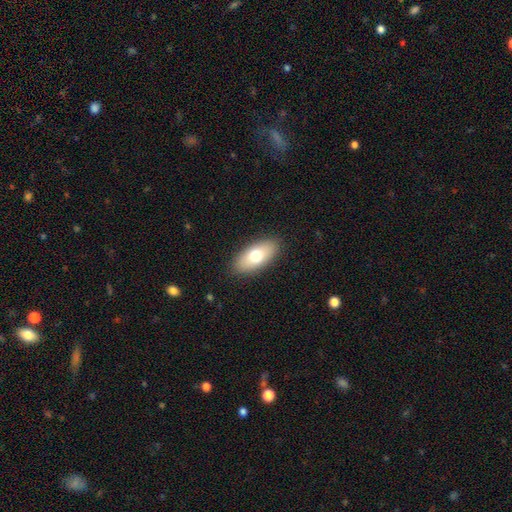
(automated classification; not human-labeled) Smooth or featured? Predicted: smooth (p=0.72). How rounded? Predicted: in between (p=0.88). Merging? Predicted: none (p=0.88).